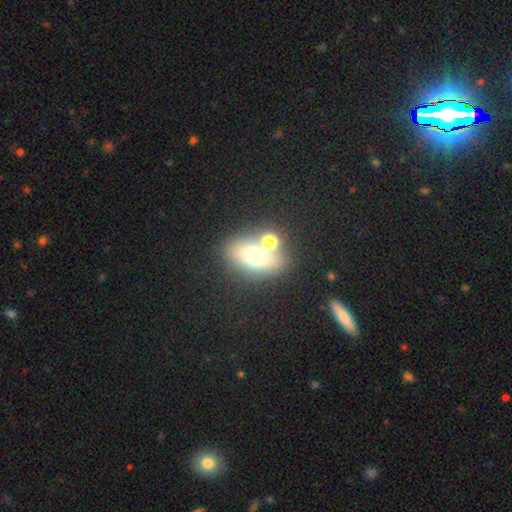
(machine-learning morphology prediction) Smooth or featured?
  - smooth: 62% *
  - featured or disk: 21%
  - star or artifact: 18%
How rounded?
  - in between: 61% *
  - round: 36%
  - cigar-shaped: 2%
Merging?
  - none: 56% *
  - merger: 28%
  - minor disturbance: 10%
  - major disturbance: 5%